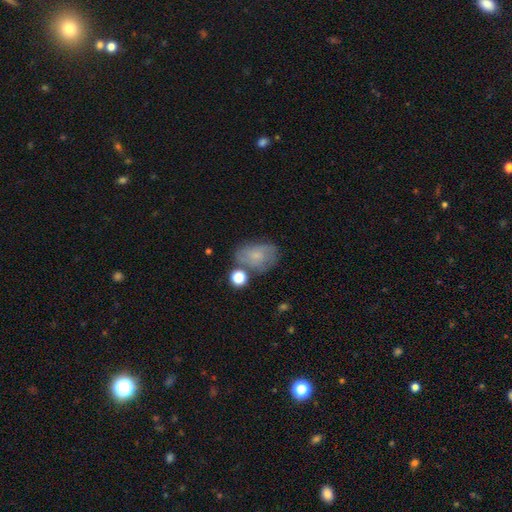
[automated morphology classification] smooth_or_featured: smooth (p=0.59) [alt: featured or disk p=0.30]
how_rounded: in between (p=0.75) [alt: round p=0.24]
merging: none (p=0.50) [alt: minor disturbance p=0.25]